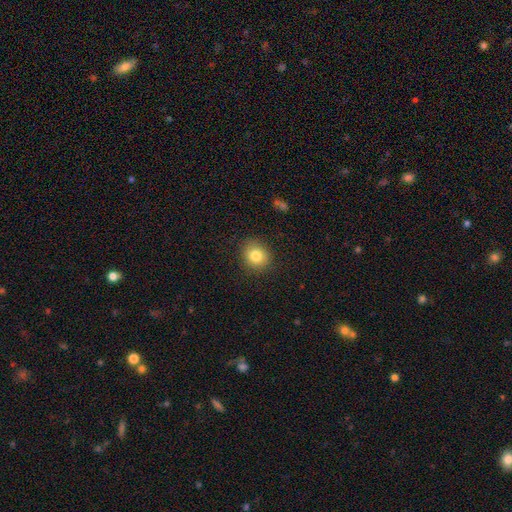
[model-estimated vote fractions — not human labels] Overall: smooth (82%). How rounded: round (73%). Merging: none (87%).